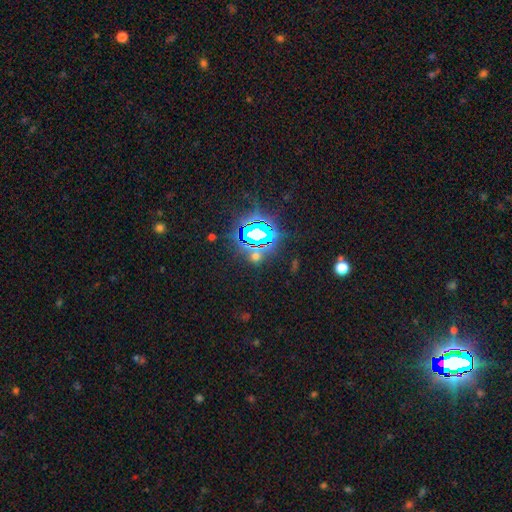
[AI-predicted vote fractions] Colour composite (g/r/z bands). It shows a star or artifact, not a galaxy (67%).